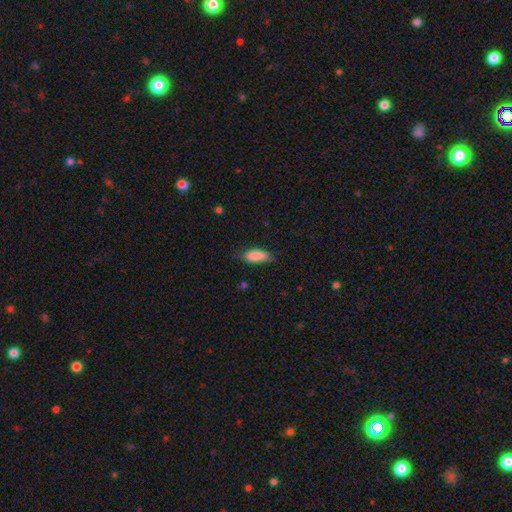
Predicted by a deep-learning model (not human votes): Smooth or featured? smooth (87%)
How rounded? in between (78%)
Merging? none (72%)